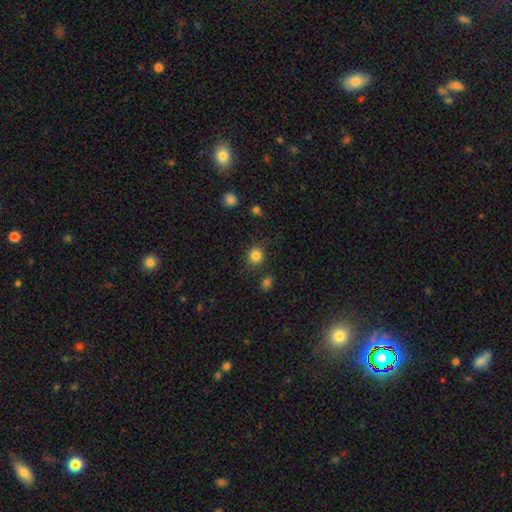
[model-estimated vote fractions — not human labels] This appears to be a smooth galaxy with no disk features (84%) that is round (86%). Merging: none (82%).